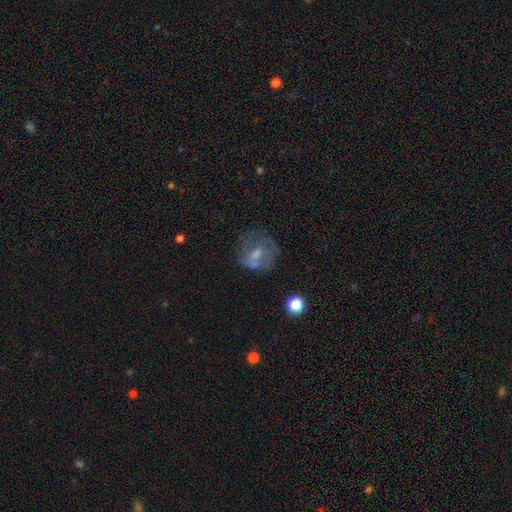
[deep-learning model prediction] The model was most divided on "smooth or featured": featured or disk: 51%, smooth: 38%, star or artifact: 11%. Remaining: edge-on disk — no (97%); merging — none (47%).